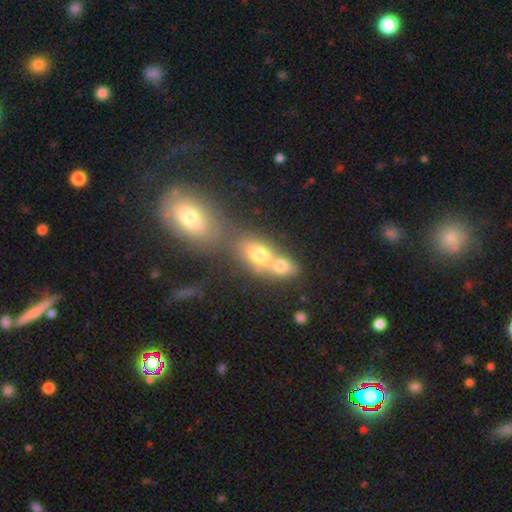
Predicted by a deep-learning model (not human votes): Overall: smooth (65%). How rounded: in between (68%). Merging: merger (61%; none 26%).